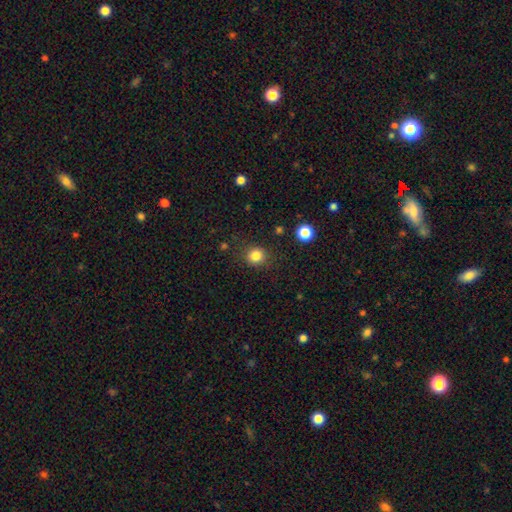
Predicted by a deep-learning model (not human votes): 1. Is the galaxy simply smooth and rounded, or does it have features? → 83% smooth, 12% star or artifact, 5% featured or disk.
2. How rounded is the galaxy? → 87% round, 12% in between, 1% cigar-shaped.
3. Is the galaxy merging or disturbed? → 86% none, 9% minor disturbance, 3% major disturbance, 2% merger.